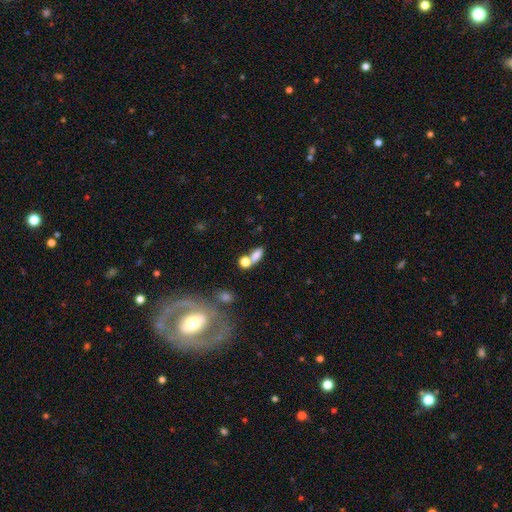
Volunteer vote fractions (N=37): Overall: smooth (81%). How rounded: in between (70%). Merging: merger (63%; none 26%).